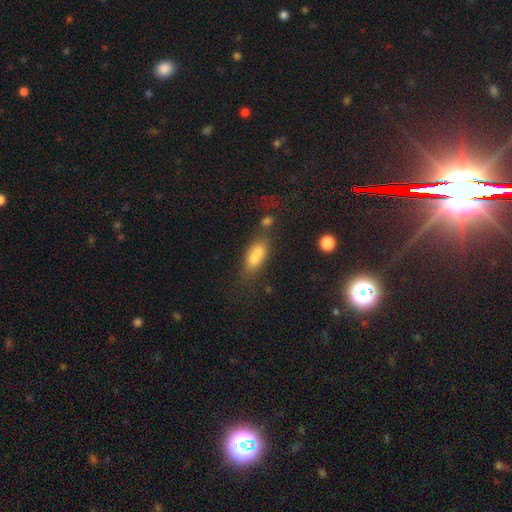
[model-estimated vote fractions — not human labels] Morphology: type=smooth (68%); roundness=in between (74%); merging=merger (50%).